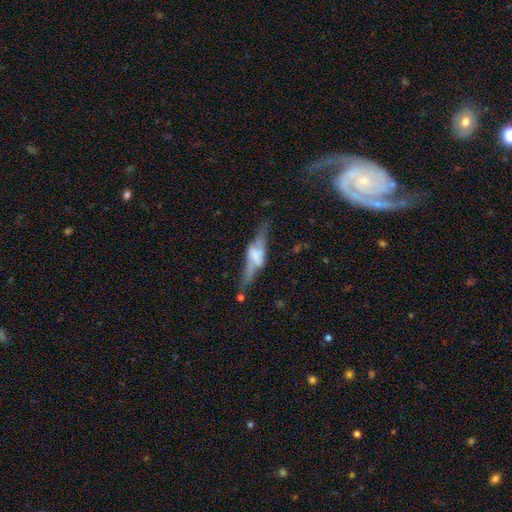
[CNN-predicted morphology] Smooth or featured?
  - featured or disk: 73% *
  - smooth: 20%
  - star or artifact: 7%
Edge-on disk?
  - yes: 87% *
  - no: 13%
Edge-on bulge?
  - rounded: 55% *
  - boxy: 39%
  - none: 7%
Merging?
  - none: 61% *
  - minor disturbance: 21%
  - major disturbance: 13%
  - merger: 5%